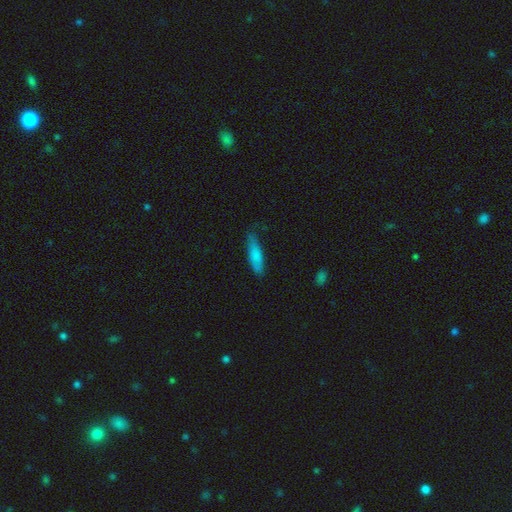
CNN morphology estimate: This is likely a smooth galaxy (80%). How rounded: likely cigar-shaped (61%). Merging: likely none (74%).